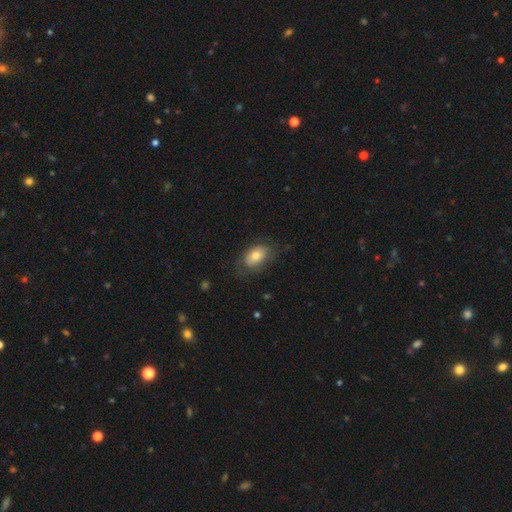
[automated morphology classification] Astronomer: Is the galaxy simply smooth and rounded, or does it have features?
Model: smooth — 71%.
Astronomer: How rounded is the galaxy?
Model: in between — 86%.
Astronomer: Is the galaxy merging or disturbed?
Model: none — 66%.